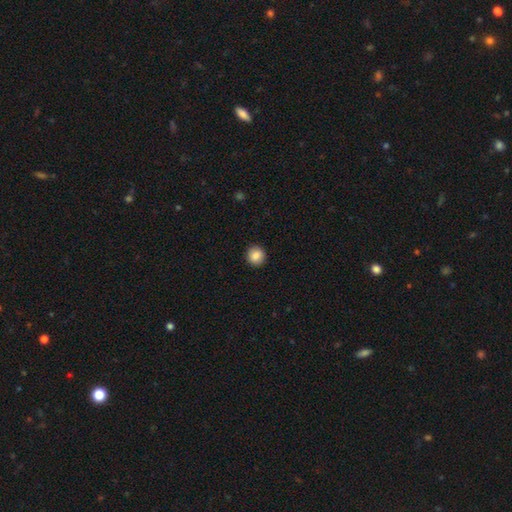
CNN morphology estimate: smooth 87%, star or artifact 9%, featured or disk 4%. Down the decision tree: how rounded — round (92%); merging — none (92%).